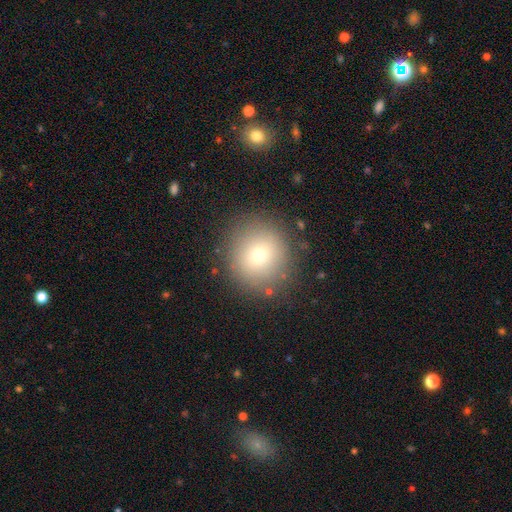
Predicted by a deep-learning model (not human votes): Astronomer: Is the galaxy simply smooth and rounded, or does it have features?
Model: smooth — 76%.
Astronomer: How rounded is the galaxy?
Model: round — 90%.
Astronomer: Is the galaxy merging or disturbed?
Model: none — 87%.